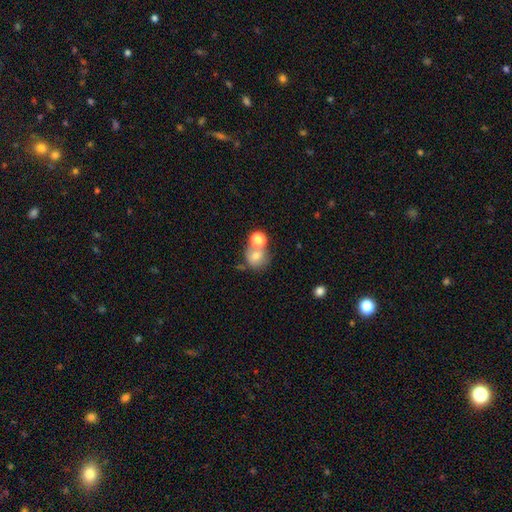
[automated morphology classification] The model was most divided on "merging": merger: 42%, none: 41%, minor disturbance: 11%, major disturbance: 6%. More confident: how rounded — round (77%); smooth or featured — smooth (70%).